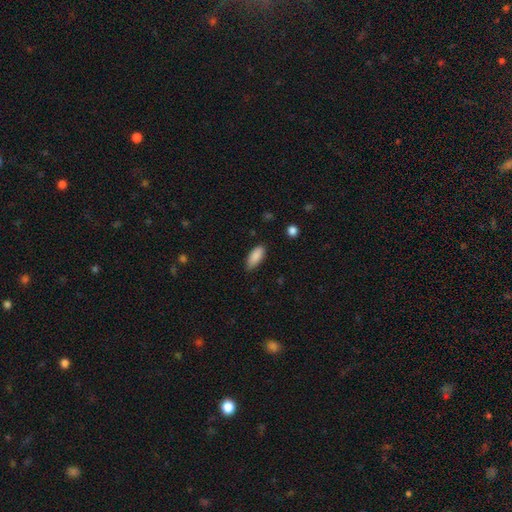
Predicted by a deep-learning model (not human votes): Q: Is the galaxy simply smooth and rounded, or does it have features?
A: smooth — 88%.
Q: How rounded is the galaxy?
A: in between — 84%.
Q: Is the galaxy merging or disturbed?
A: none — 78%.